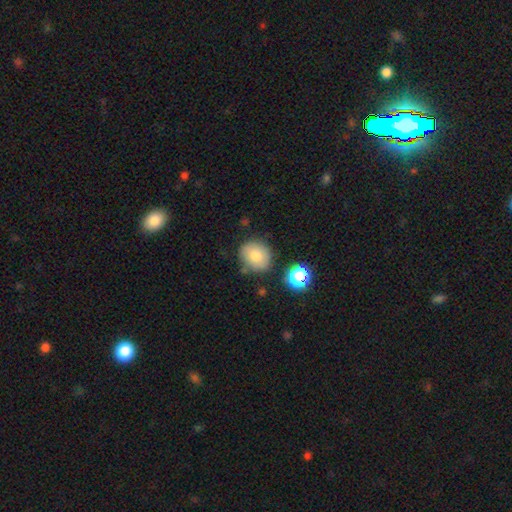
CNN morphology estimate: smooth-or-featured: smooth: 78% | featured or disk: 12% | star or artifact: 10%
  how-rounded: round: 77% | in between: 22% | cigar-shaped: 1%
  merging: none: 77% | minor disturbance: 14% | merger: 5% | major disturbance: 4%